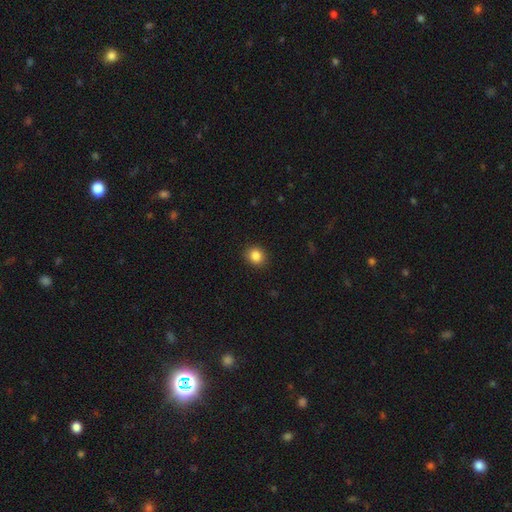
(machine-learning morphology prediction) Smooth or featured? Predicted: smooth (p=0.85). How rounded? Predicted: round (p=0.76). Merging? Predicted: none (p=0.91).